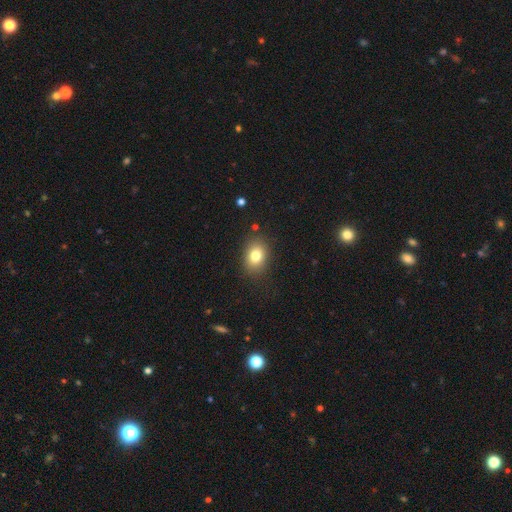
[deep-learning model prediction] Smooth or featured? smooth (79%)
How rounded? in between (65%)
Merging? none (85%)